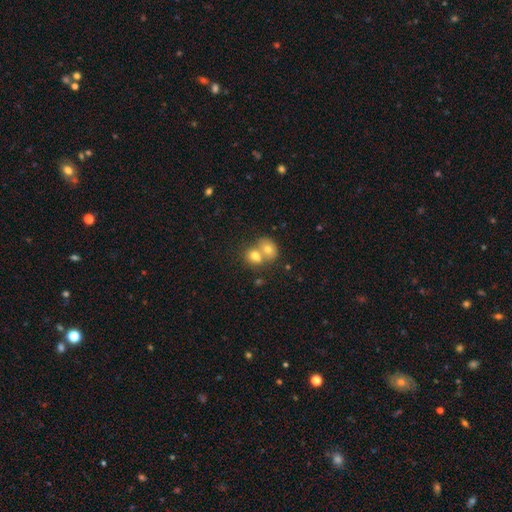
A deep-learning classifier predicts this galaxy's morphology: This is likely a smooth galaxy (73%). How rounded: possibly round (53%). Merging: likely merger (67%).